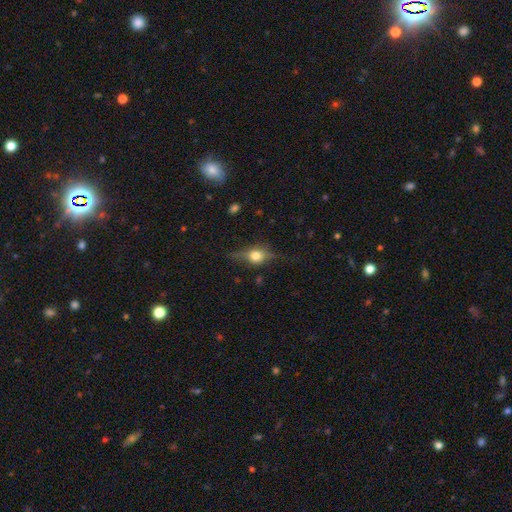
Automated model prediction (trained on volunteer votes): A featured or disk galaxy (58%) viewed edge-on (92%) with a rounded central bulge (95%).

Vote fractions:
- Smooth or featured? featured or disk: 58% / smooth: 31% / star or artifact: 11%
- Edge-on disk? yes: 92% / no: 8%
- Edge-on bulge? rounded: 95% / boxy: 4% / none: 1%
- Merging? none: 77% / minor disturbance: 16% / major disturbance: 6% / merger: 1%